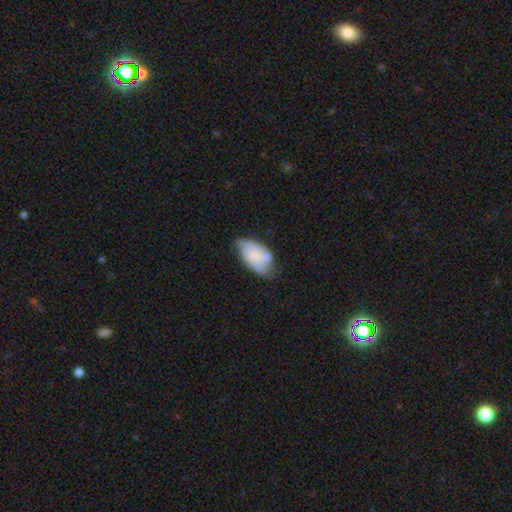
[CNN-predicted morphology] smooth-or-featured: smooth: 48% | featured or disk: 45% | star or artifact: 7%
  merging: none: 43% | minor disturbance: 39% | major disturbance: 13% | merger: 4%